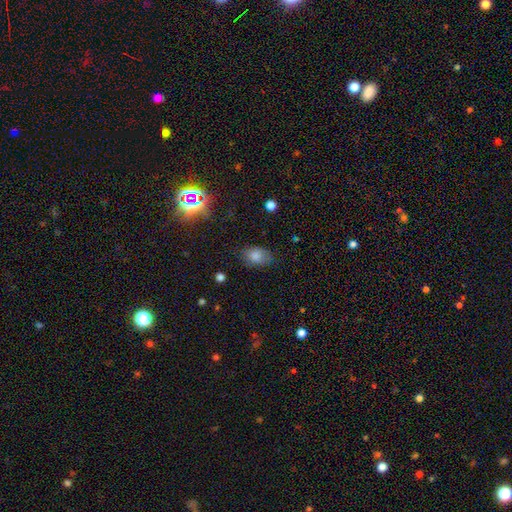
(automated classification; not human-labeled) Smooth or featured?
  - smooth: 78% *
  - star or artifact: 14%
  - featured or disk: 8%
How rounded?
  - in between: 82% *
  - round: 17%
  - cigar-shaped: 1%
Merging?
  - none: 75% *
  - minor disturbance: 19%
  - major disturbance: 5%
  - merger: 1%